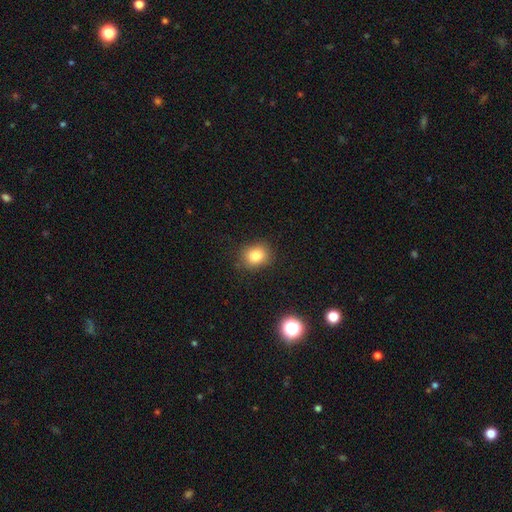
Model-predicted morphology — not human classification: smooth-or-featured: smooth: 82% | star or artifact: 11% | featured or disk: 7%
  how-rounded: round: 62% | in between: 37% | cigar-shaped: 1%
  merging: none: 84% | minor disturbance: 11% | major disturbance: 3% | merger: 1%